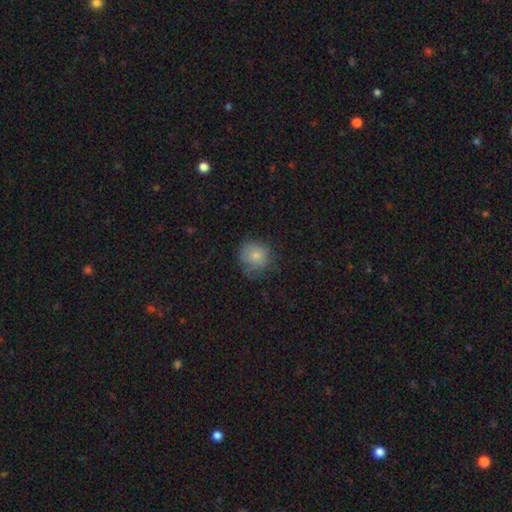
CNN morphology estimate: smooth_or_featured: smooth (p=0.79) [alt: featured or disk p=0.12]
how_rounded: round (p=0.89) [alt: in between p=0.10]
merging: none (p=0.66) [alt: minor disturbance p=0.23]